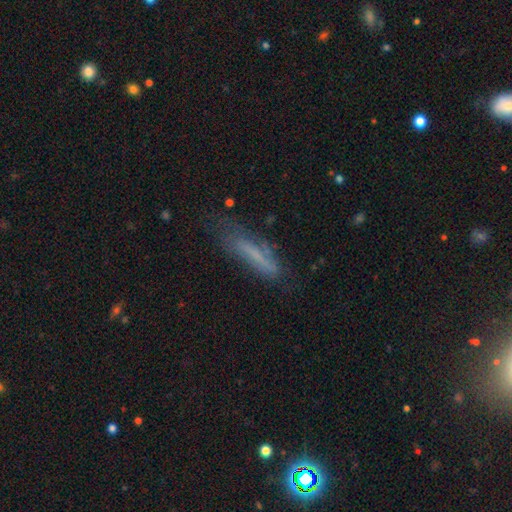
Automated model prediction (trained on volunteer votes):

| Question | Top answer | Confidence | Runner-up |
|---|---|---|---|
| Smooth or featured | smooth | 56% | featured or disk (33%) |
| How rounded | cigar-shaped | 82% | in between (16%) |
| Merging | none | 59% | minor disturbance (26%) |